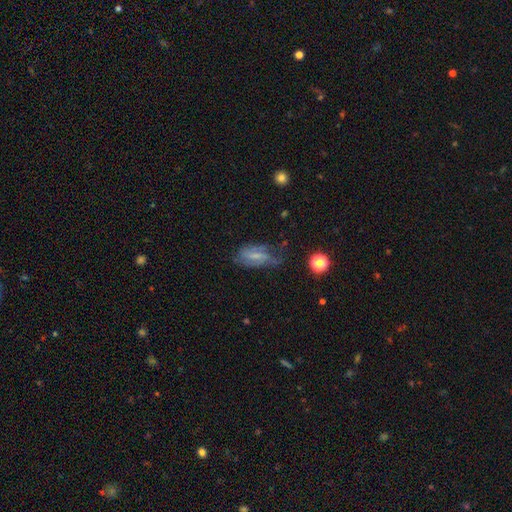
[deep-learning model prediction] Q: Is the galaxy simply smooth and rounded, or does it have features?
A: featured or disk — 52%.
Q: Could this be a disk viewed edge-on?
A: no — 90%.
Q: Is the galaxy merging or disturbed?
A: none — 44%.